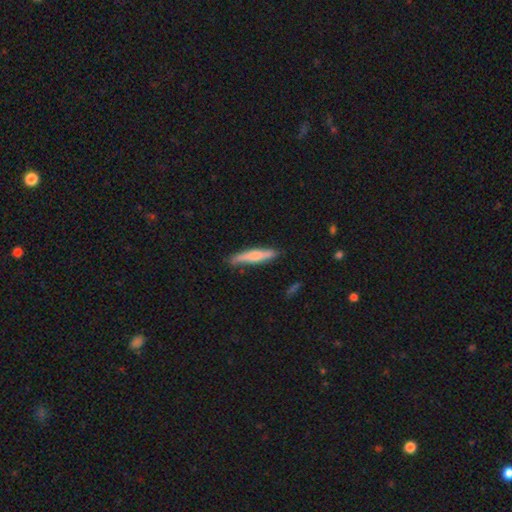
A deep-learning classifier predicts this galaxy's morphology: The model was most divided on "smooth or featured": smooth: 65%, featured or disk: 29%, star or artifact: 5%. More confident: how rounded — cigar-shaped (90%); merging — none (76%).